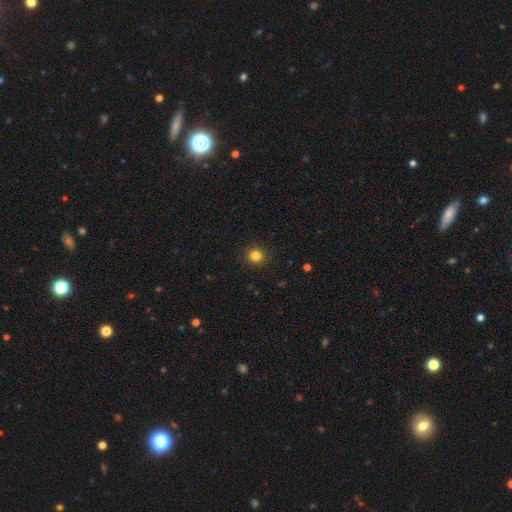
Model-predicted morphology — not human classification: smooth_or_featured: smooth (p=0.83) [alt: star or artifact p=0.12]
how_rounded: round (p=0.90) [alt: in between p=0.09]
merging: none (p=0.92) [alt: minor disturbance p=0.06]